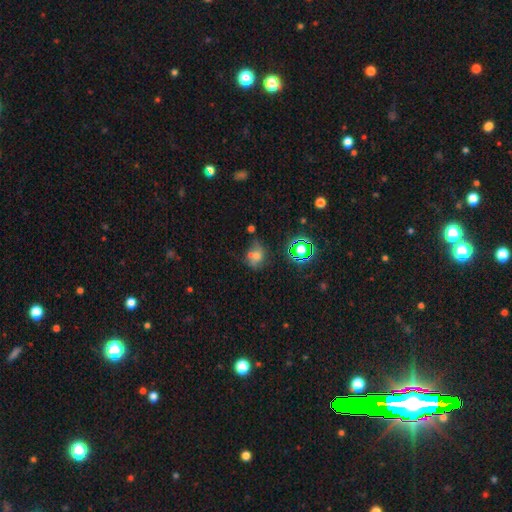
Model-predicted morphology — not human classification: smooth_or_featured: smooth (p=0.55) [alt: star or artifact p=0.26]
how_rounded: round (p=0.51) [alt: in between p=0.47]
merging: none (p=0.48) [alt: minor disturbance p=0.23]